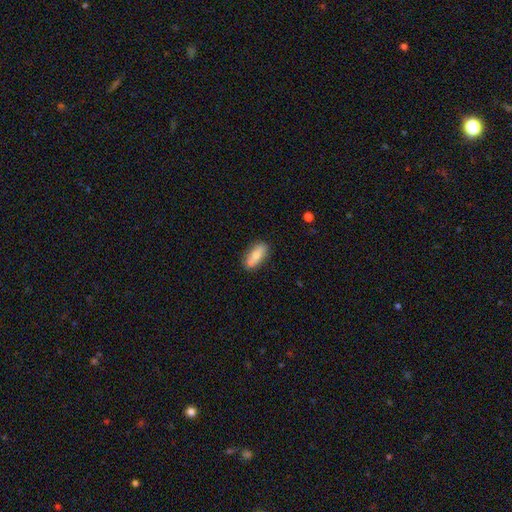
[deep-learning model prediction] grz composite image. It shows a smooth galaxy with no disk features (72%) that is in between round and cigar-shaped (76%). Merging: none (70%).